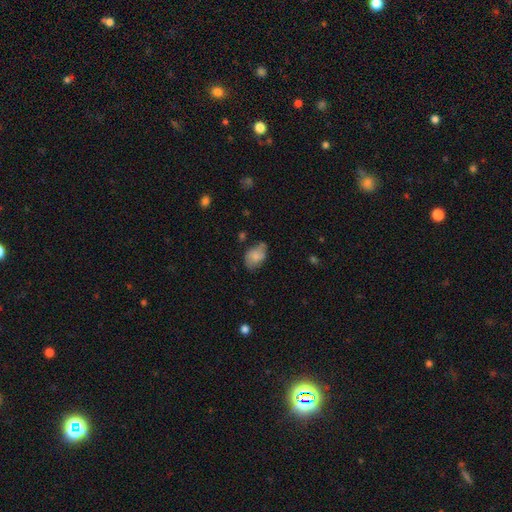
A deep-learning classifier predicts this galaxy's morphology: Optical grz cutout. It shows a smooth galaxy with no disk features (71%) that is in between round and cigar-shaped (85%). Merging: none (57%).